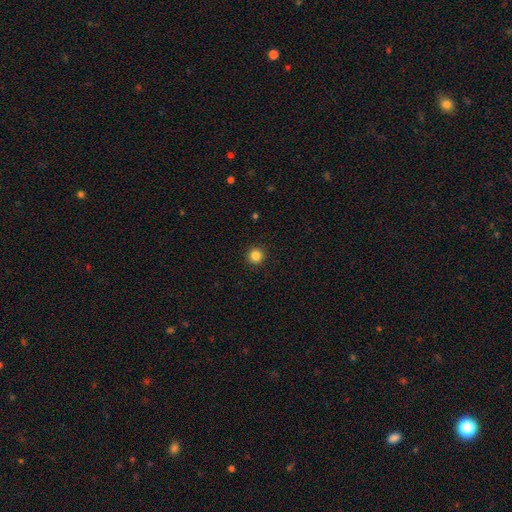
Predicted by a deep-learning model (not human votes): Smooth or featured? Predicted: smooth (p=0.85). How rounded? Predicted: round (p=0.95). Merging? Predicted: none (p=0.93).